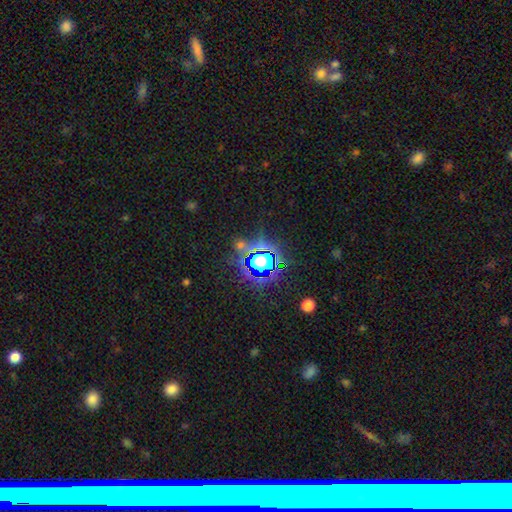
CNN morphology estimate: This is likely a star or artifact rather than a galaxy (78%).